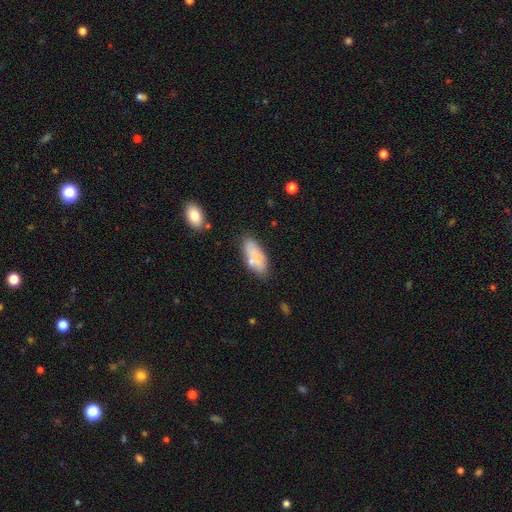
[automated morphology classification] Overall: smooth (74%). How rounded: in between (80%). Merging: none (69%).